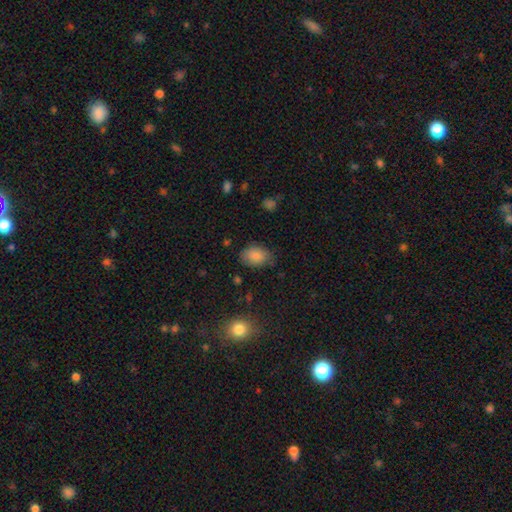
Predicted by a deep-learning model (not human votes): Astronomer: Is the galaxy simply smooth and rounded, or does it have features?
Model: smooth — 85%.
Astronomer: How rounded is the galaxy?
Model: in between — 78%.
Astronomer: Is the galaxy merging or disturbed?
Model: none — 74%.